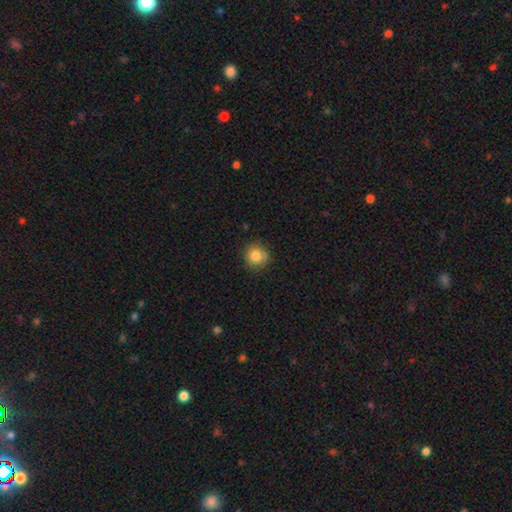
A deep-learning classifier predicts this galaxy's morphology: The model was most divided on "merging": none: 83%, minor disturbance: 13%, major disturbance: 3%, merger: 1%. More confident: how rounded — round (91%); smooth or featured — smooth (84%).